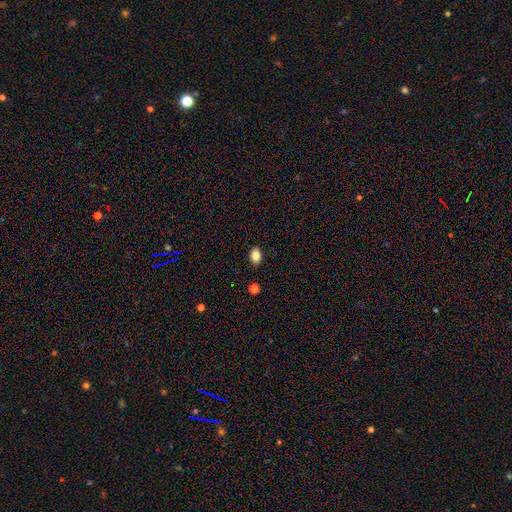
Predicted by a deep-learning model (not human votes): smooth_or_featured: smooth (p=0.84) [alt: star or artifact p=0.10]
how_rounded: in between (p=0.81) [alt: round p=0.17]
merging: none (p=0.88) [alt: minor disturbance p=0.09]